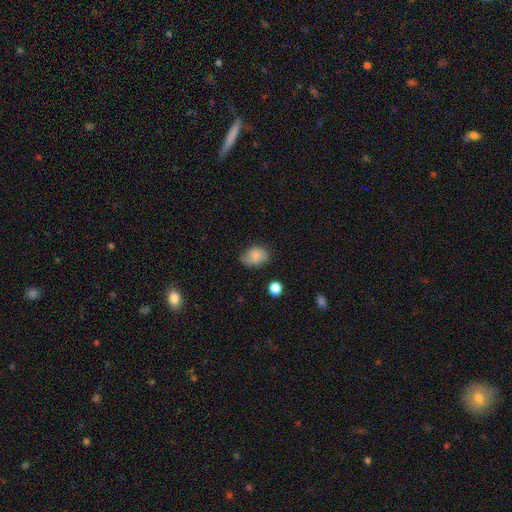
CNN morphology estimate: Smooth or featured?
  - smooth: 79% *
  - featured or disk: 13%
  - star or artifact: 9%
How rounded?
  - in between: 73% *
  - round: 26%
  - cigar-shaped: 1%
Merging?
  - none: 68% *
  - minor disturbance: 25%
  - major disturbance: 5%
  - merger: 2%